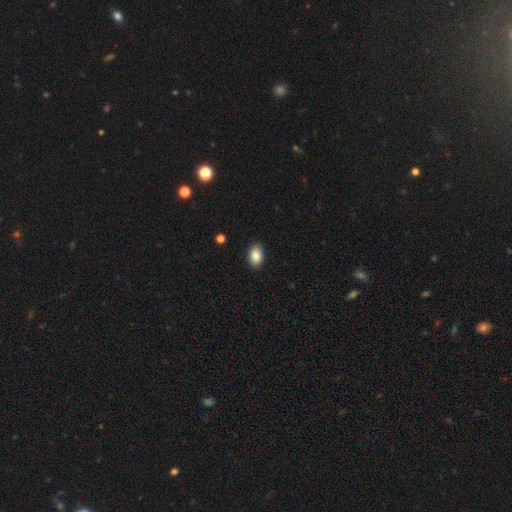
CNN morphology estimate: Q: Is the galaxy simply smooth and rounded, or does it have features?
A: smooth — 88%.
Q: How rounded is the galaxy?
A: in between — 88%.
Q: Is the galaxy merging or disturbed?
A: none — 89%.